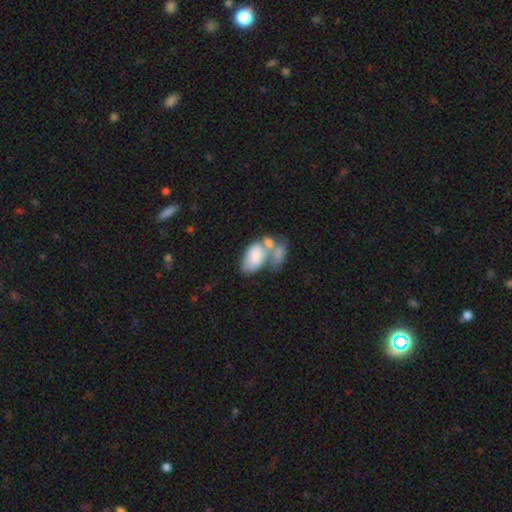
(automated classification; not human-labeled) Morphology: type=smooth (71%); roundness=in between (95%); merging=merger (61%).